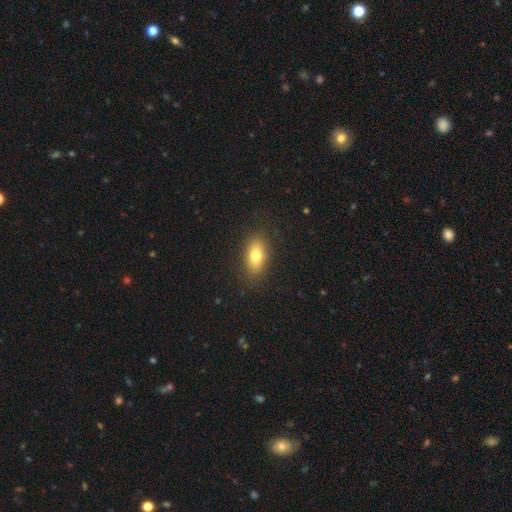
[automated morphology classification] Smooth or featured?
  - smooth: 77% *
  - featured or disk: 14%
  - star or artifact: 9%
How rounded?
  - in between: 85% *
  - round: 8%
  - cigar-shaped: 8%
Merging?
  - none: 87% *
  - minor disturbance: 9%
  - major disturbance: 3%
  - merger: 1%